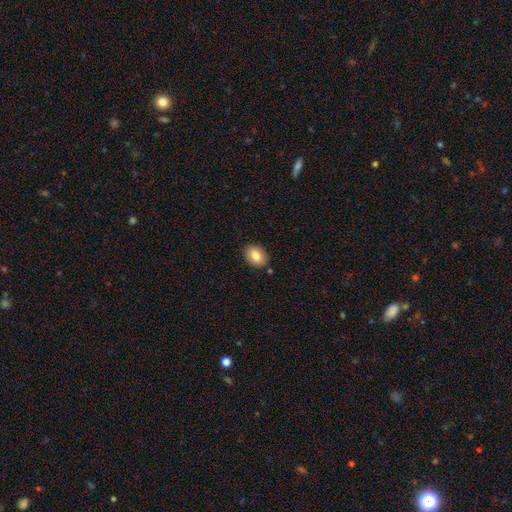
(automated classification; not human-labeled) smooth_or_featured: smooth (p=0.82) [alt: featured or disk p=0.10]
how_rounded: in between (p=0.72) [alt: round p=0.27]
merging: none (p=0.87) [alt: minor disturbance p=0.09]